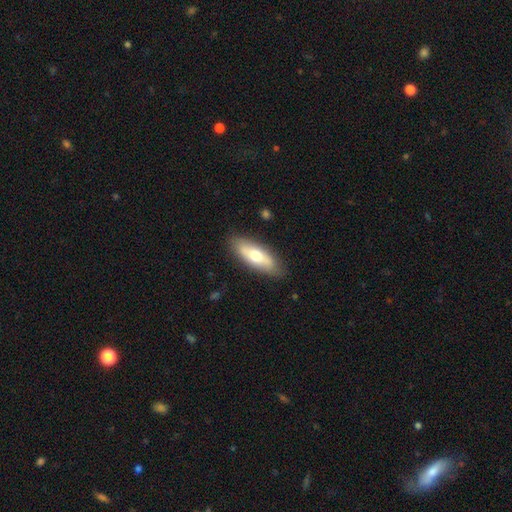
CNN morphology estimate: smooth 62%, featured or disk 32%, star or artifact 6%. Down the decision tree: how rounded — in between (69%); merging — none (85%).